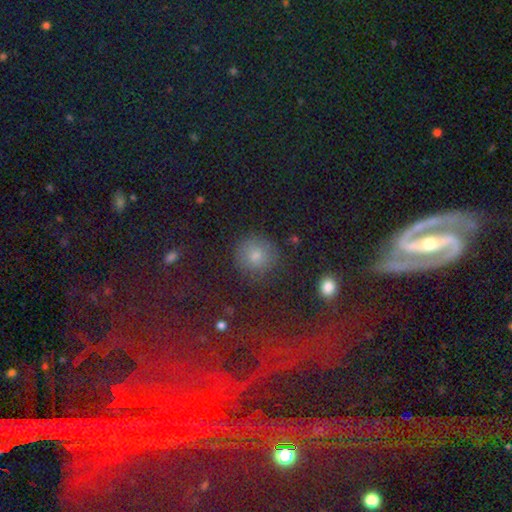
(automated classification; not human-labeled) Morphology: type=smooth (74%); roundness=round (90%); merging=none (81%).